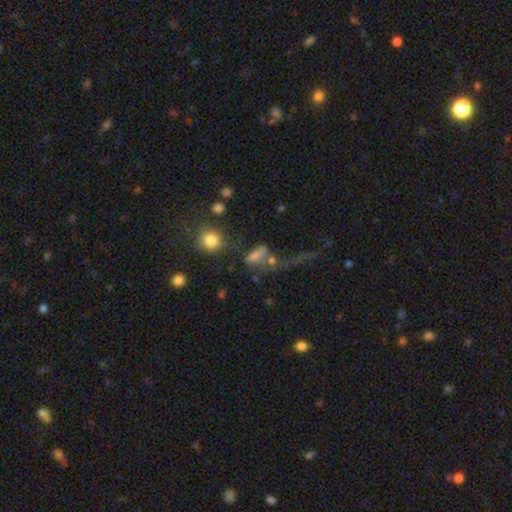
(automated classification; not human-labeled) A smooth galaxy with no disk features (57%) that is in between round and cigar-shaped (64%).

Vote fractions:
- Smooth or featured? smooth: 57% / featured or disk: 22% / star or artifact: 22%
- How rounded? in between: 64% / round: 25% / cigar-shaped: 11%
- Merging? none: 33% / major disturbance: 29% / merger: 24% / minor disturbance: 14%